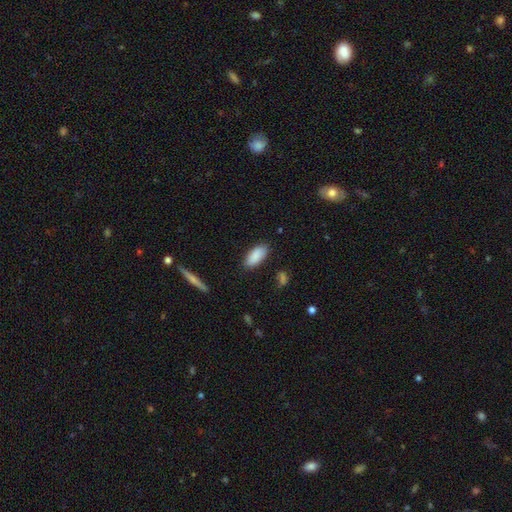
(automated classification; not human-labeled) A smooth galaxy with no disk features (89%) that is in between round and cigar-shaped (87%).

Vote fractions:
- Smooth or featured? smooth: 89% / star or artifact: 6% / featured or disk: 5%
- How rounded? in between: 87% / cigar-shaped: 11% / round: 2%
- Merging? none: 86% / minor disturbance: 11% / major disturbance: 2% / merger: 2%